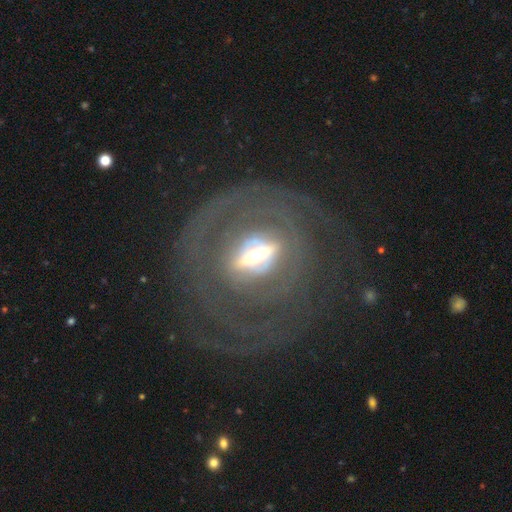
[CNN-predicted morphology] Overall: featured or disk (85%). Edge-on disk: no (78%). Bar: strong (68%). Spiral arms: yes (69%; no 31%). Bulge size: moderate (55%; large 25%). Merging: none (71%).